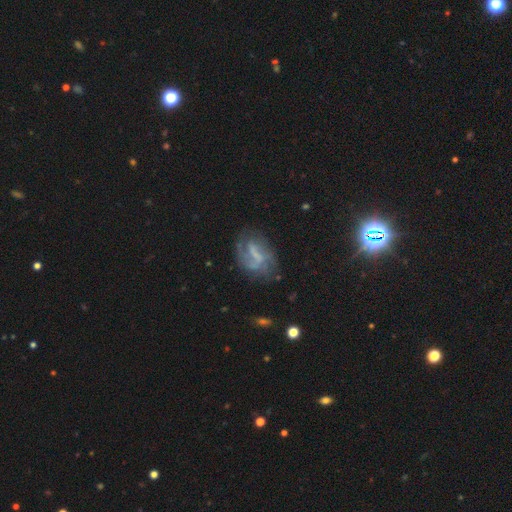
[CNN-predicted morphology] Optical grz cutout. It shows a featured or disk galaxy (71%) with a weak bar (43%), 2 (45%) medium (39%) spiral arms (78%) and no central bulge (55%). Merging: none (54%).